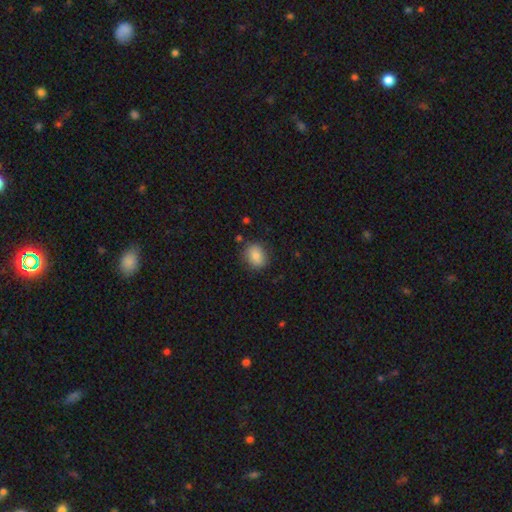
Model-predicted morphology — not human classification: This appears to be a smooth galaxy with no disk features (84%) that is round (55%). Merging: none (82%).